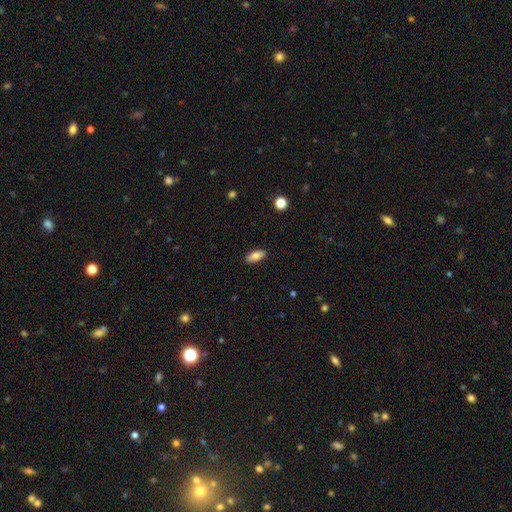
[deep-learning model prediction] A smooth galaxy with no disk features (79%) that is in between round and cigar-shaped (84%). Merging: none (90%).